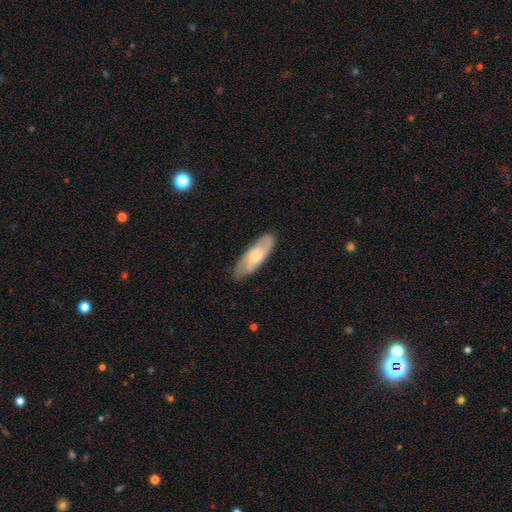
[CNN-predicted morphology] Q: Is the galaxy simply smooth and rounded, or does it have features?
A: smooth — 47%, tied with featured or disk.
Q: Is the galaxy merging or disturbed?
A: none — 82%.